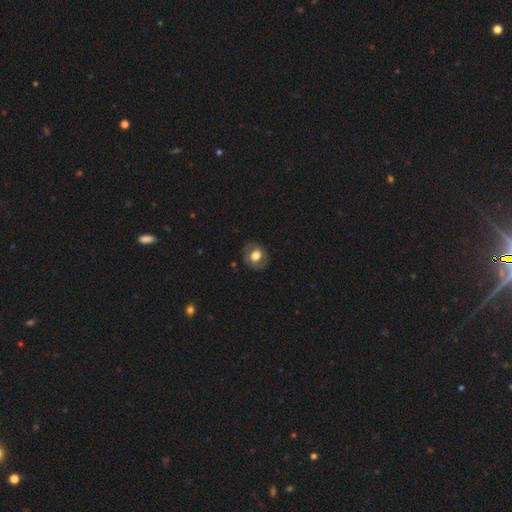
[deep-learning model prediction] This appears to be a smooth galaxy with no disk features (61%) that is round (70%). Merging: none (81%).